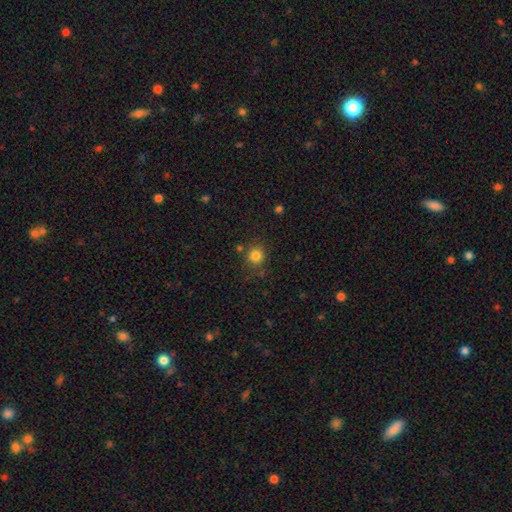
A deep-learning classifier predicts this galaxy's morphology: Q: Smooth or featured?
A: smooth (81%); runner-up: star or artifact (13%)
Q: How rounded?
A: round (90%); runner-up: in between (10%)
Q: Merging?
A: none (79%); runner-up: minor disturbance (11%)